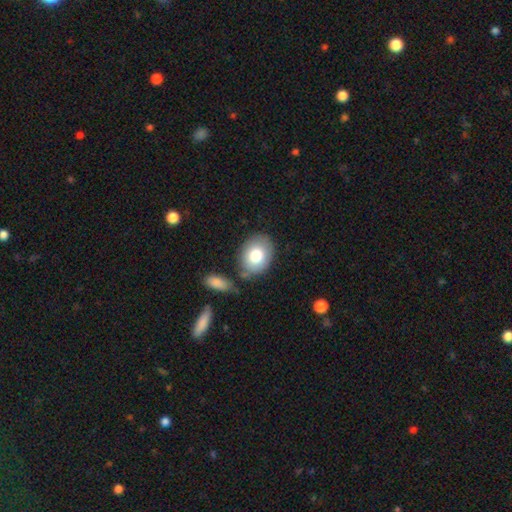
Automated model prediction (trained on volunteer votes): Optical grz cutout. It shows a smooth galaxy with no disk features (79%) that is in between round and cigar-shaped (67%). Merging: none (72%).